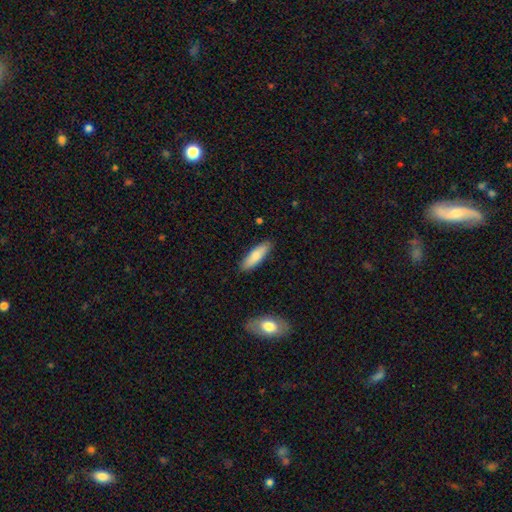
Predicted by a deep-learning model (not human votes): smooth 79%, featured or disk 15%, star or artifact 6%. Down the decision tree: how rounded — cigar-shaped (49%, tied with in between); merging — none (86%).